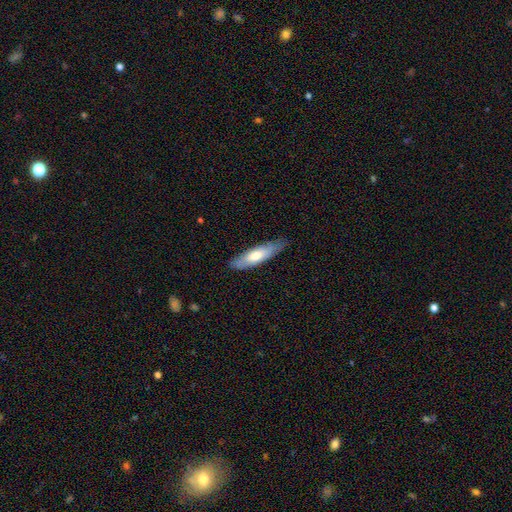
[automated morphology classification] The model was most divided on "how rounded": cigar-shaped: 62%, in between: 37%, round: 1%. More confident: merging — none (77%); smooth or featured — smooth (61%).